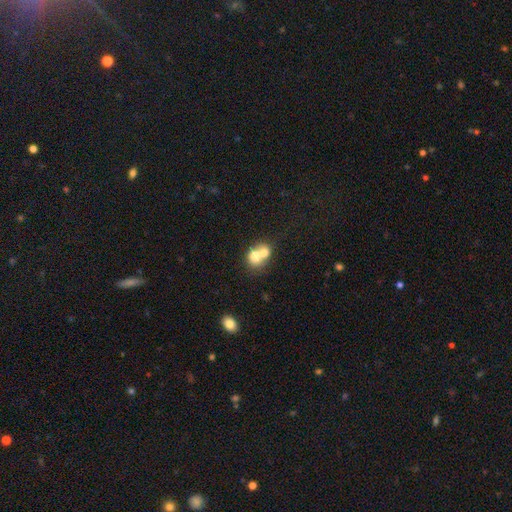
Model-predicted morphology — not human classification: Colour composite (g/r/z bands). It shows a smooth galaxy with no disk features (70%) that is round (57%). Merging: merger (72%).